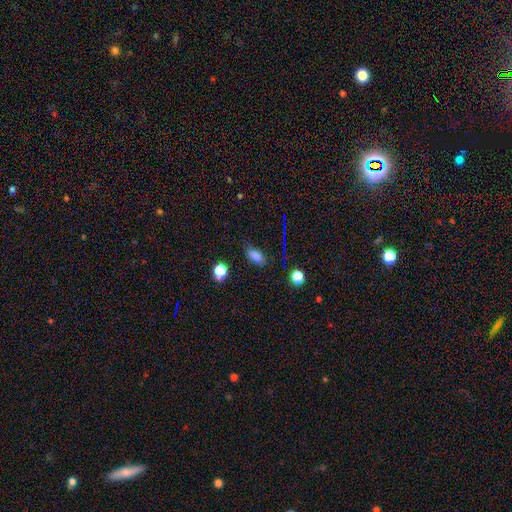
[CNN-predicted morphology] Smooth or featured? Predicted: smooth (p=0.75). How rounded? Predicted: in between (p=0.83). Merging? Predicted: none (p=0.72).